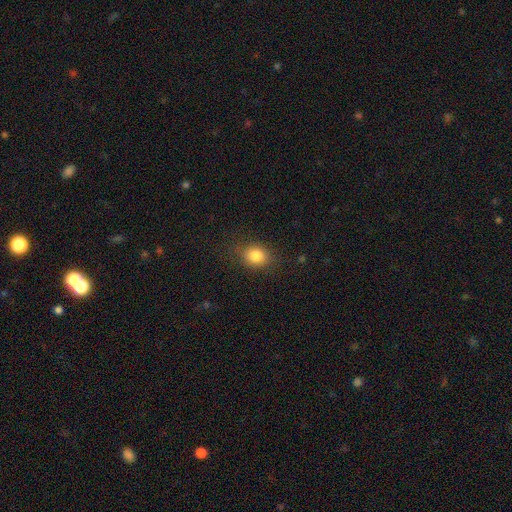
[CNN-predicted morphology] smooth-or-featured: smooth: 83% | star or artifact: 10% | featured or disk: 7%
  how-rounded: round: 54% | in between: 45% | cigar-shaped: 1%
  merging: none: 80% | minor disturbance: 14% | major disturbance: 5% | merger: 1%